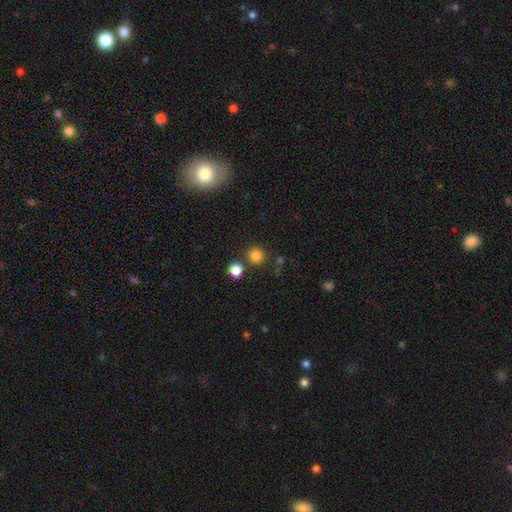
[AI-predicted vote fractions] The model was most divided on "smooth or featured": smooth: 81%, star or artifact: 14%, featured or disk: 5%. More confident: how rounded — round (94%); merging — none (80%).